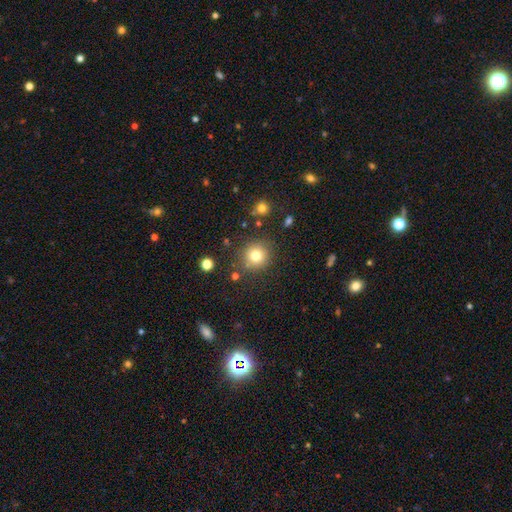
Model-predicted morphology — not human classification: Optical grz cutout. It shows a smooth galaxy with no disk features (78%) that is round (92%). Merging: none (85%).